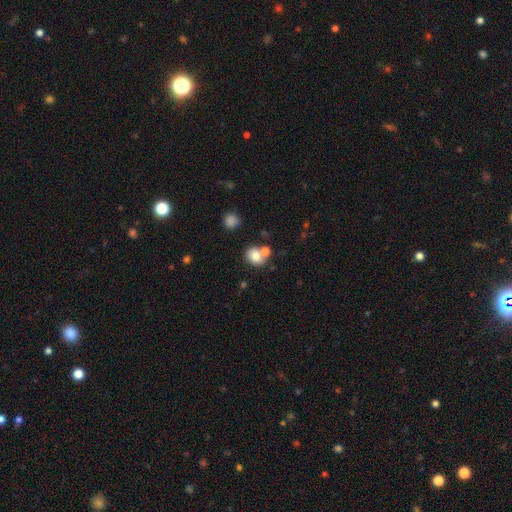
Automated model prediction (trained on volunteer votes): smooth-or-featured: smooth: 77% | featured or disk: 13% | star or artifact: 11%
  how-rounded: round: 57% | in between: 42% | cigar-shaped: 1%
  merging: none: 50% | merger: 34% | minor disturbance: 12% | major disturbance: 4%